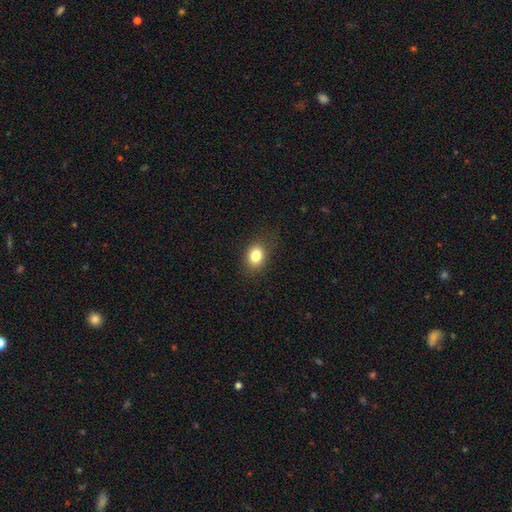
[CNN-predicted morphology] This is clearly a smooth galaxy (82%). How rounded: possibly in between (52%). Merging: clearly none (84%).